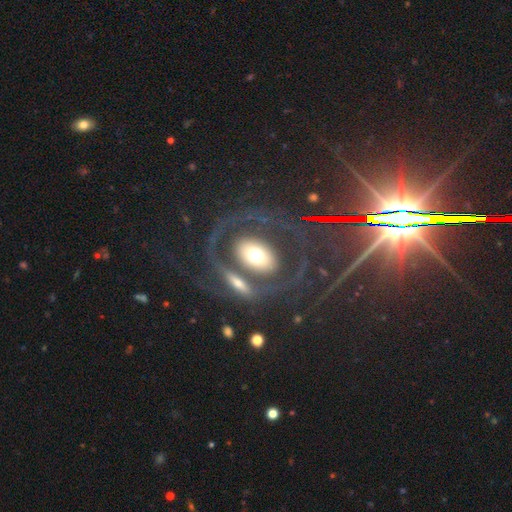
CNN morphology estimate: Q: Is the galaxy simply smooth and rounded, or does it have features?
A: featured or disk — 58%.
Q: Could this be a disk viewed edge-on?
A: no — 92%.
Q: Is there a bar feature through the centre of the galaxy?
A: no — 79%.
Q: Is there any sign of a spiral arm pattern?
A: no — 53%.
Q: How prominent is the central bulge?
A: moderate — 49%.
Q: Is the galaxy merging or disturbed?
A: none — 58%.